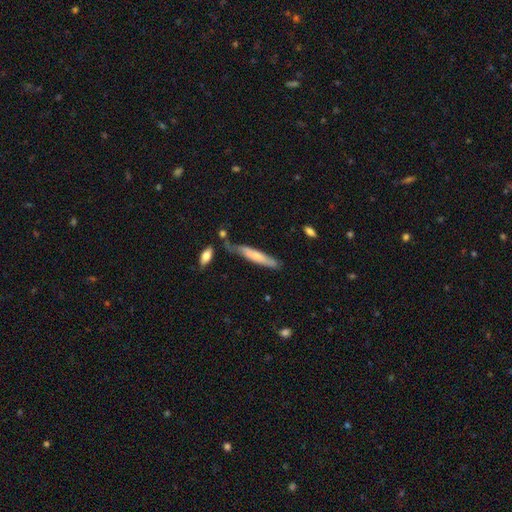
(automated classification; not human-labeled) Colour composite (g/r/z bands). It shows a smooth galaxy with no disk features (58%) that is cigar-shaped (89%). Merging: none (56%).